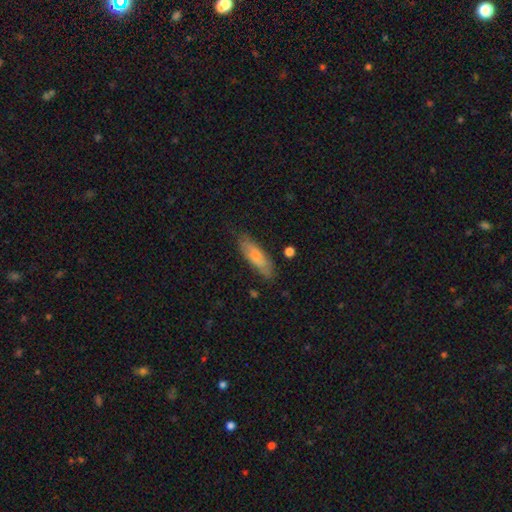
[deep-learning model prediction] Smooth or featured: smooth — 68% (featured or disk — 25%)
How rounded: cigar-shaped — 56% (in between — 42%)
Merging: none — 80% (minor disturbance — 15%)